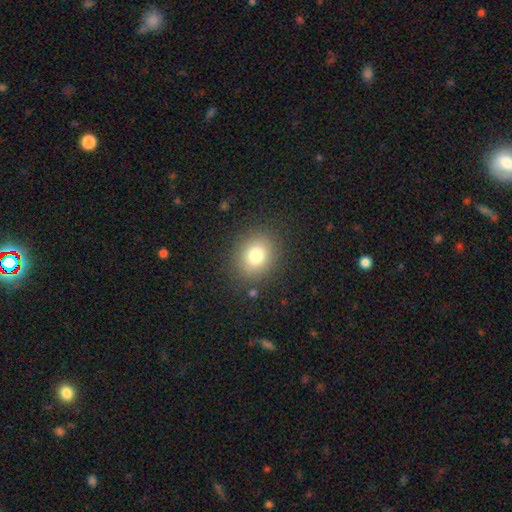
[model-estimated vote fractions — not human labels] A smooth galaxy with no disk features (78%) that is round (69%). Merging: none (86%).